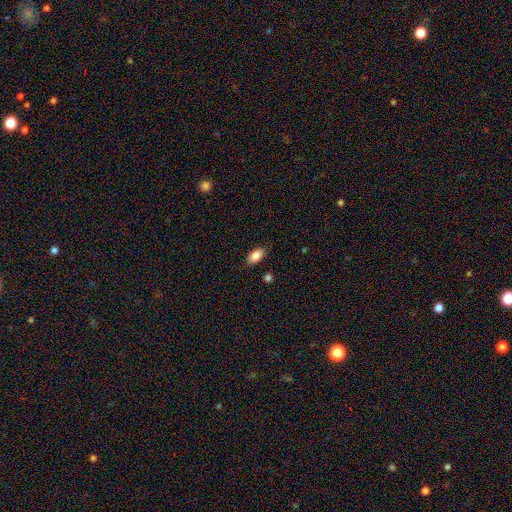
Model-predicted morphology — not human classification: Q: Smooth or featured?
A: smooth (87%); runner-up: star or artifact (8%)
Q: How rounded?
A: in between (92%); runner-up: round (4%)
Q: Merging?
A: none (84%); runner-up: minor disturbance (12%)